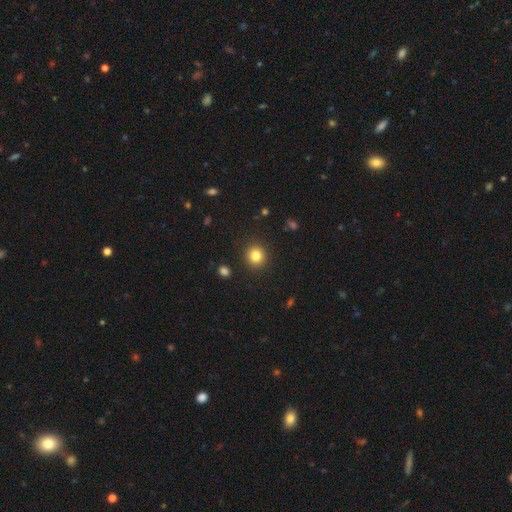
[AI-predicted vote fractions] Smooth or featured? Predicted: smooth (p=0.83). How rounded? Predicted: round (p=0.92). Merging? Predicted: none (p=0.92).